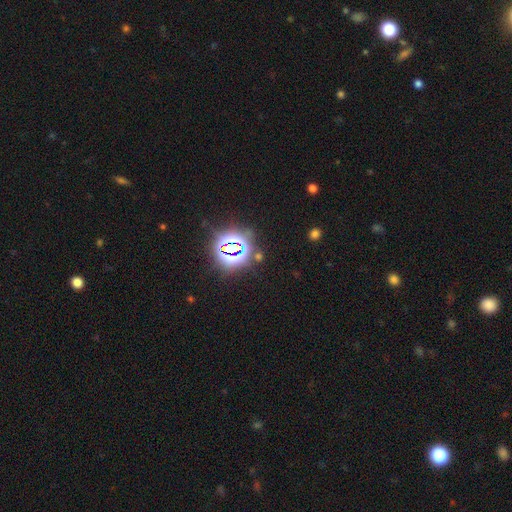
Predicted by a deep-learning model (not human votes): Smooth or featured? star or artifact (78%)